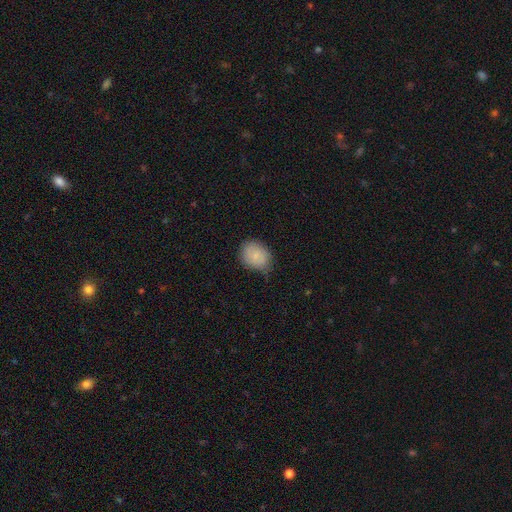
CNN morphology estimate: smooth-or-featured: smooth: 82% | featured or disk: 11% | star or artifact: 7%
  how-rounded: in between: 54% | round: 45% | cigar-shaped: 1%
  merging: none: 64% | minor disturbance: 29% | major disturbance: 5% | merger: 2%